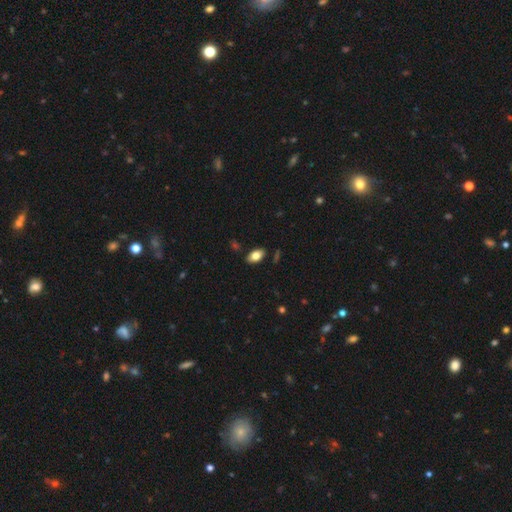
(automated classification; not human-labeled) This appears to be a smooth galaxy with no disk features (80%) that is in between round and cigar-shaped (92%). Merging: none (86%).